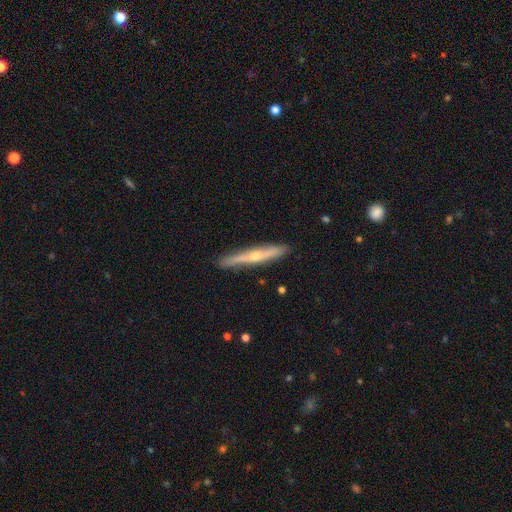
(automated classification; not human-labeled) The model was most divided on "smooth or featured": featured or disk: 68%, smooth: 26%, star or artifact: 6%. More confident: edge-on disk — yes (92%); merging — none (87%); edge-on bulge — rounded (84%).